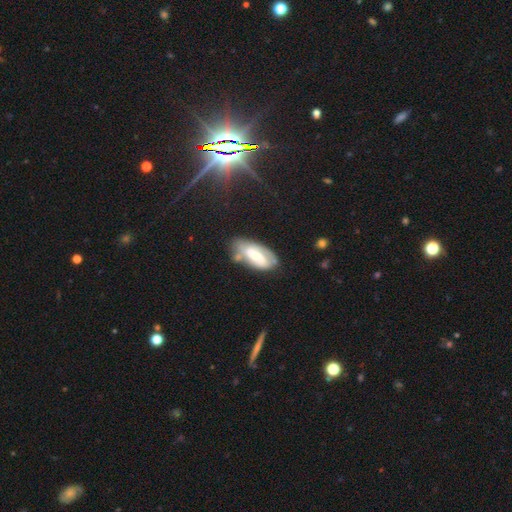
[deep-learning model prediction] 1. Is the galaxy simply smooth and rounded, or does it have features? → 68% featured or disk, 25% smooth, 6% star or artifact.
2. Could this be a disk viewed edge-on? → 94% no, 6% yes.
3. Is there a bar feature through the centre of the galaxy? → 45% weak, 35% no, 20% strong.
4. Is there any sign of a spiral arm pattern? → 86% yes, 14% no.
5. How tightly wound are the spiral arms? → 43% medium, 35% tight, 22% loose.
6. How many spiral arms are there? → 68% 2, 17% can't tell, 10% 1, 3% 3, 1% 4, 1% more than 4.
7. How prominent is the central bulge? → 49% moderate, 39% small, 7% large, 3% none, 1% dominant.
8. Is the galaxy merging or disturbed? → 56% none, 26% minor disturbance, 10% major disturbance, 8% merger.